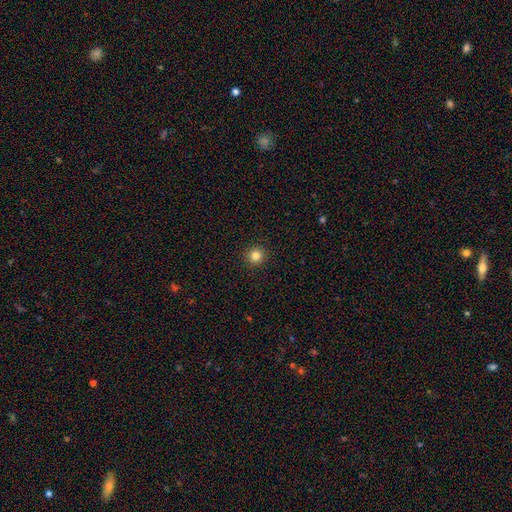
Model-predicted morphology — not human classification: Q: Smooth or featured?
A: smooth (83%); runner-up: star or artifact (13%)
Q: How rounded?
A: round (95%); runner-up: in between (4%)
Q: Merging?
A: none (93%); runner-up: minor disturbance (4%)